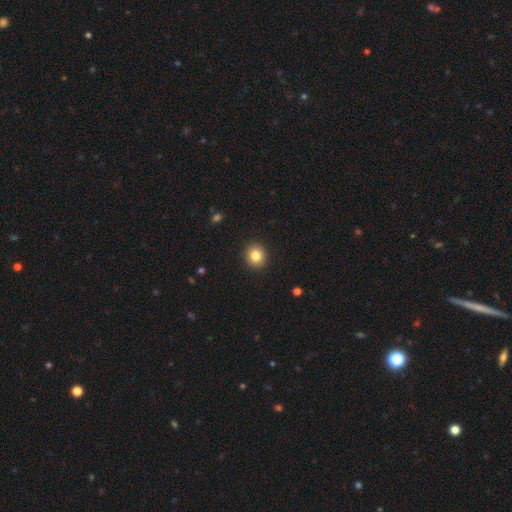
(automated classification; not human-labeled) Morphology: type=smooth (84%); roundness=round (85%); merging=none (92%).